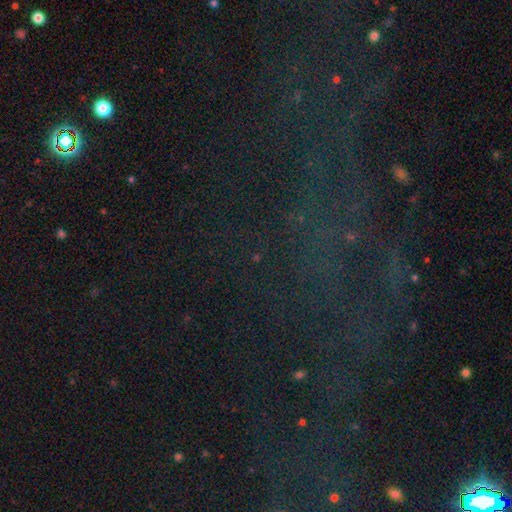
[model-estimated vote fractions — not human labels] star or artifact 75%, smooth 14%, featured or disk 11%.